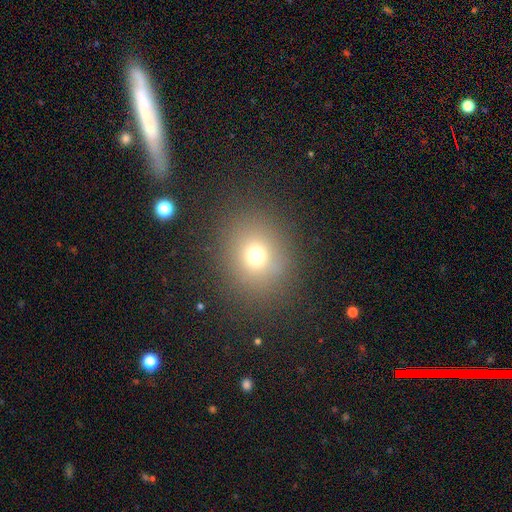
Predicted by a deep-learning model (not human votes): Morphology: type=smooth (70%); roundness=round (79%); merging=none (85%).